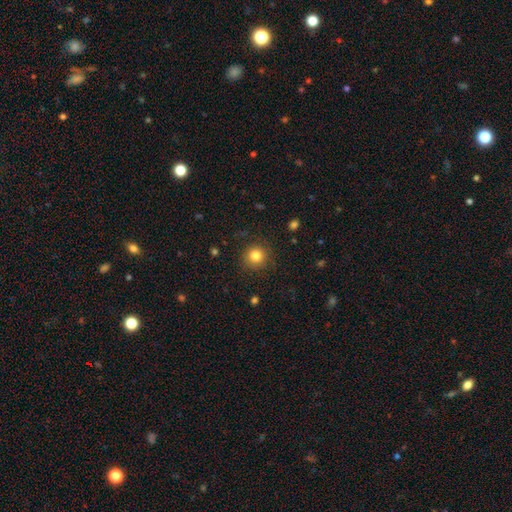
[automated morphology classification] Smooth or featured?
  - smooth: 82% *
  - star or artifact: 12%
  - featured or disk: 6%
How rounded?
  - round: 94% *
  - in between: 5%
  - cigar-shaped: 1%
Merging?
  - none: 88% *
  - minor disturbance: 8%
  - major disturbance: 3%
  - merger: 1%